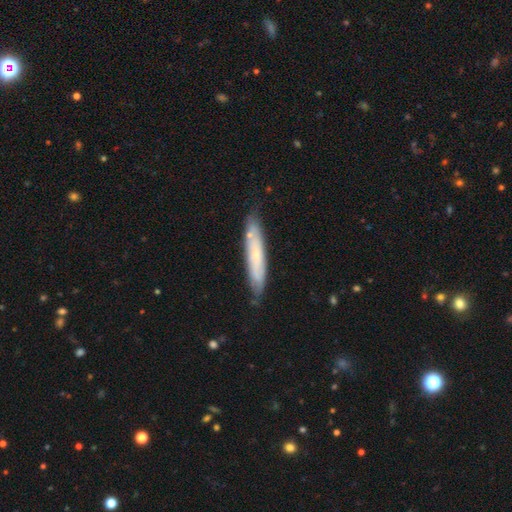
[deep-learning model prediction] This is possibly a featured or disk galaxy (48%). Merging: likely none (79%).